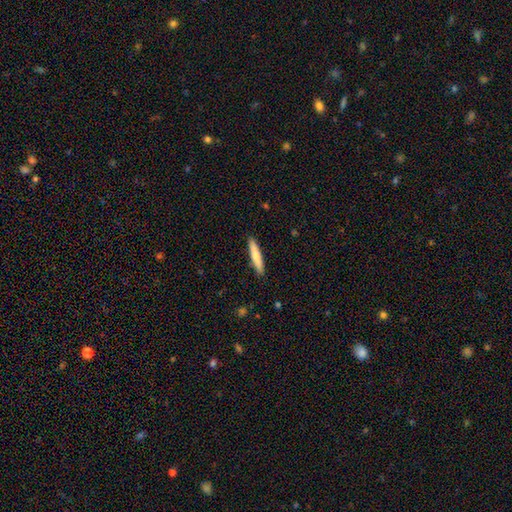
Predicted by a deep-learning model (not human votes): The model was most divided on "smooth or featured": smooth: 71%, featured or disk: 24%, star or artifact: 5%. More confident: how rounded — cigar-shaped (91%); merging — none (90%).